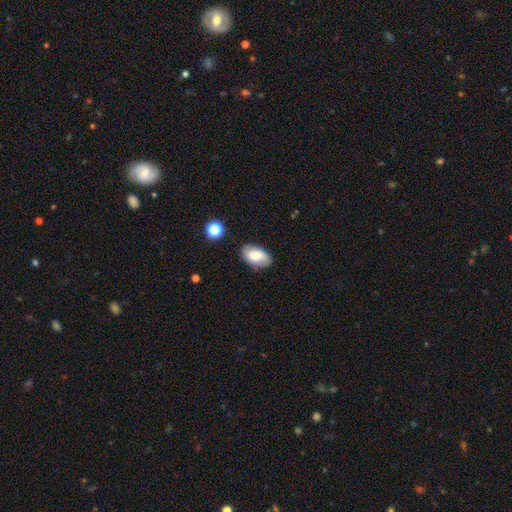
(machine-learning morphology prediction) This is likely a smooth galaxy (76%). How rounded: clearly in between (94%). Merging: clearly none (81%).